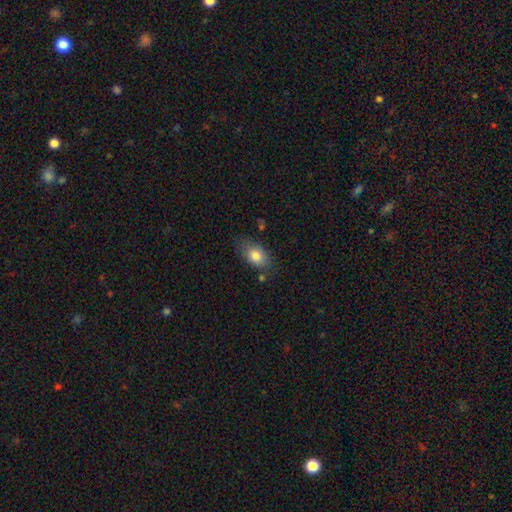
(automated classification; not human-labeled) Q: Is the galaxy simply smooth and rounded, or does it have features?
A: smooth — 80%.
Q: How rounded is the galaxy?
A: in between — 88%.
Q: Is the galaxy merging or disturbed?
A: none — 69%.